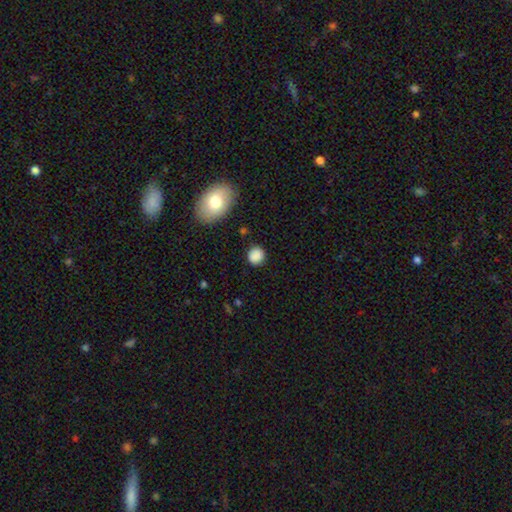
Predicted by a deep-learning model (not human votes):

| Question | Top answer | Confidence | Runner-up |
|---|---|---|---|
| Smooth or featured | smooth | 85% | star or artifact (10%) |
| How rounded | round | 86% | in between (13%) |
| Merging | none | 84% | minor disturbance (11%) |